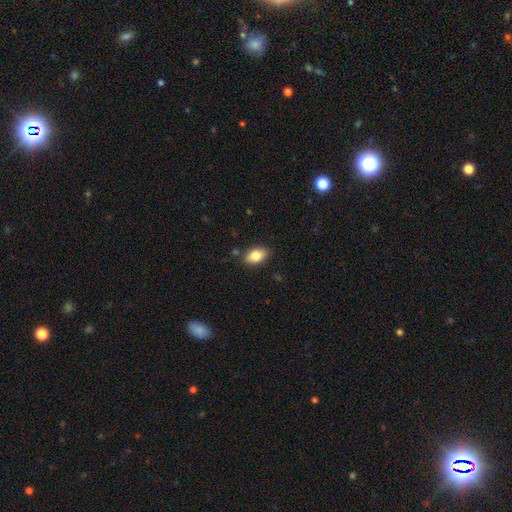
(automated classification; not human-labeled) A smooth galaxy with no disk features (83%) that is in between round and cigar-shaped (88%). Merging: none (85%).